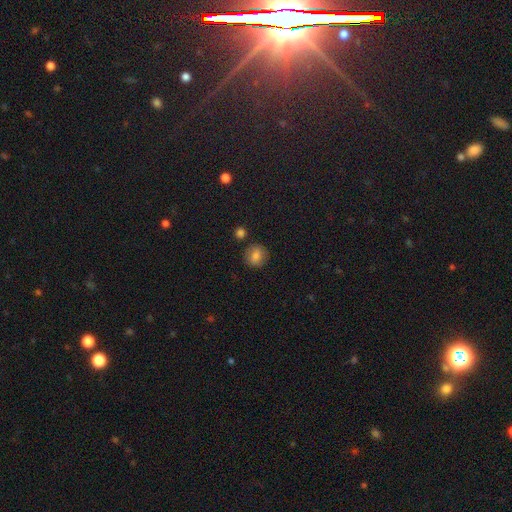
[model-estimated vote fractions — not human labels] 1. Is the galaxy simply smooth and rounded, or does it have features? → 80% smooth, 10% star or artifact, 10% featured or disk.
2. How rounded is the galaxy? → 80% round, 19% in between, 1% cigar-shaped.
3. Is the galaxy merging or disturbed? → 83% none, 10% minor disturbance, 4% merger, 3% major disturbance.